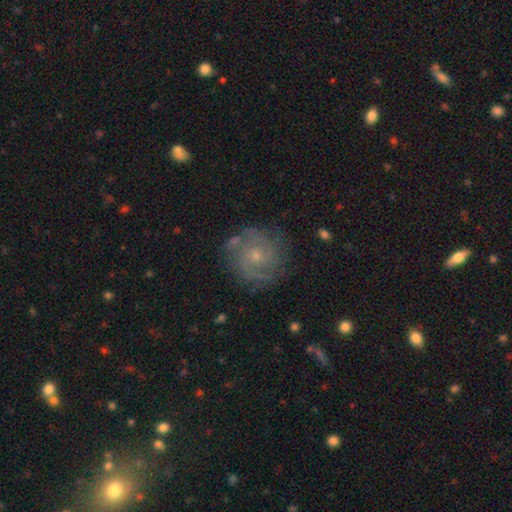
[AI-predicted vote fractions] Smooth or featured? Predicted: featured or disk (p=0.76). Edge-on disk? Predicted: no (p=0.98). Bar? Predicted: no (p=0.73). Spiral arms? Predicted: yes (p=0.92). Spiral winding? Predicted: tight (p=0.54). Spiral arm count? Predicted: 2 (p=0.43). Bulge size? Predicted: small (p=0.69). Merging? Predicted: none (p=0.78).